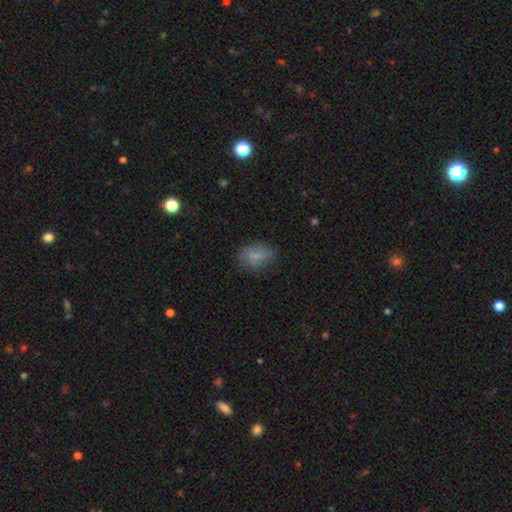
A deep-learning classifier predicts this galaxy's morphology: smooth 75%, featured or disk 15%, star or artifact 10%. Down the decision tree: how rounded — in between (76%); merging — none (71%).